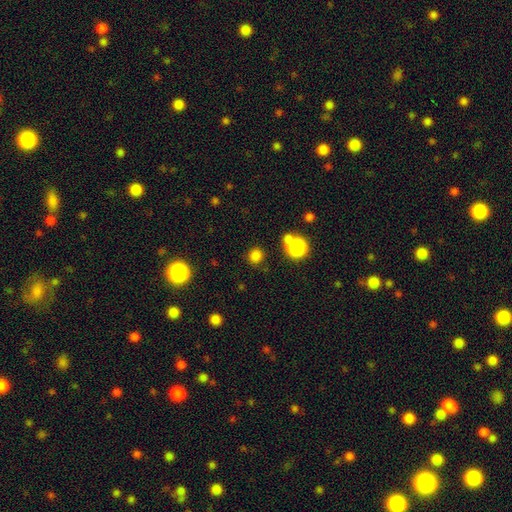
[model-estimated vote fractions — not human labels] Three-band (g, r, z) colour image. It shows a smooth galaxy with no disk features (78%) that is round (89%). Merging: none (81%).